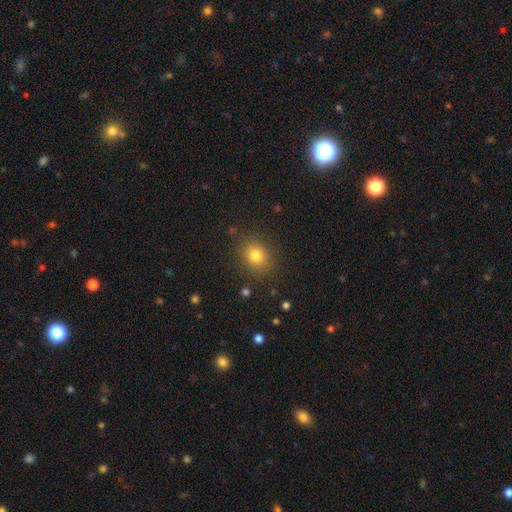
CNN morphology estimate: smooth_or_featured: smooth (p=0.79) [alt: star or artifact p=0.13]
how_rounded: round (p=0.67) [alt: in between p=0.32]
merging: none (p=0.86) [alt: minor disturbance p=0.09]